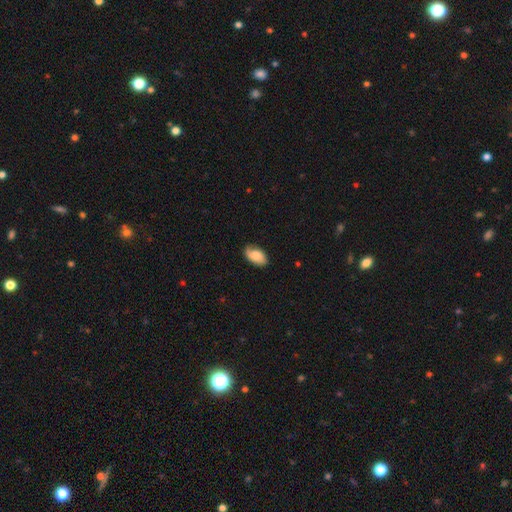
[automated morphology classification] The model was most divided on "smooth or featured": smooth: 62%, featured or disk: 31%, star or artifact: 8%. More confident: how rounded — in between (93%); merging — none (74%).